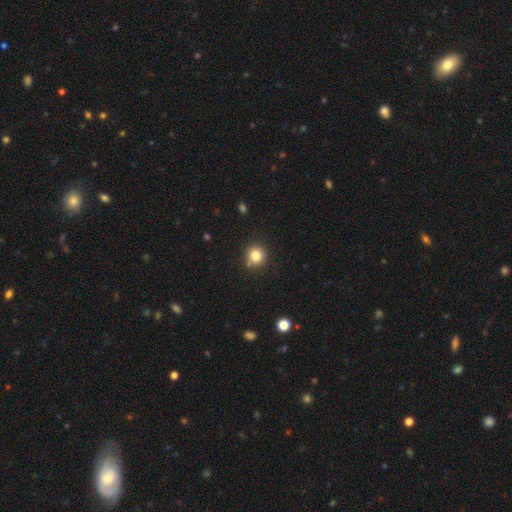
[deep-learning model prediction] The model was most divided on "smooth or featured": smooth: 81%, star or artifact: 12%, featured or disk: 7%. More confident: how rounded — round (90%); merging — none (82%).